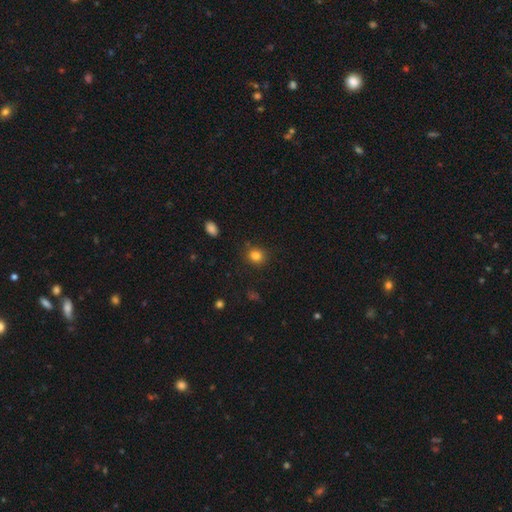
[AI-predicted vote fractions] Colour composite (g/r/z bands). It shows a smooth galaxy with no disk features (83%) that is round (80%). Merging: none (86%).